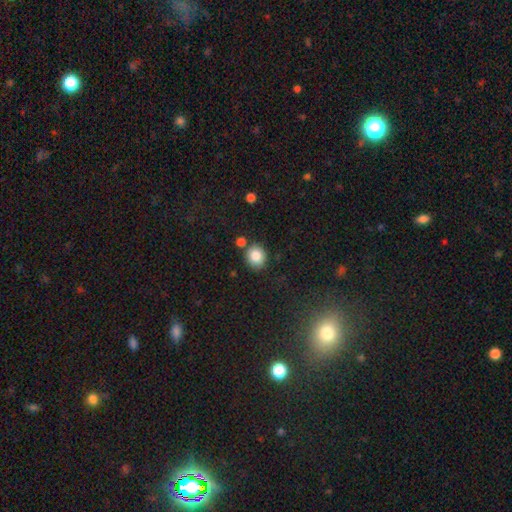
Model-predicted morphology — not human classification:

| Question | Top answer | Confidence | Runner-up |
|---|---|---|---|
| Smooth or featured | smooth | 84% | star or artifact (9%) |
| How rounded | round | 80% | in between (19%) |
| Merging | none | 77% | minor disturbance (10%) |